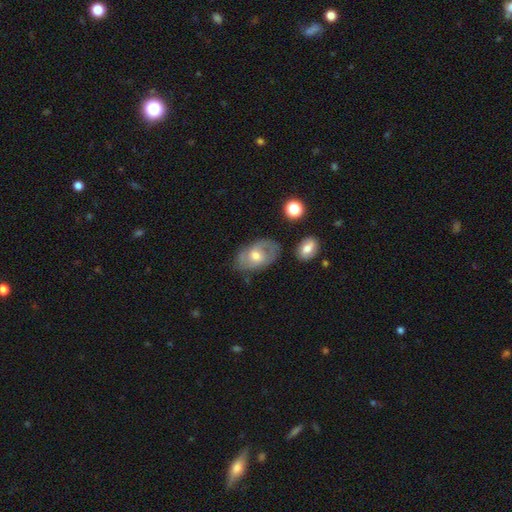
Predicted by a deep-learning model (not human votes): smooth_or_featured: featured or disk (p=0.56) [alt: smooth p=0.37]
disk_edge_on: no (p=0.94) [alt: yes p=0.06]
bar: no (p=0.62) [alt: weak p=0.33]
has_spiral_arms: yes (p=0.66) [alt: no p=0.34]
bulge_size: moderate (p=0.70) [alt: small p=0.21]
merging: none (p=0.65) [alt: minor disturbance p=0.23]